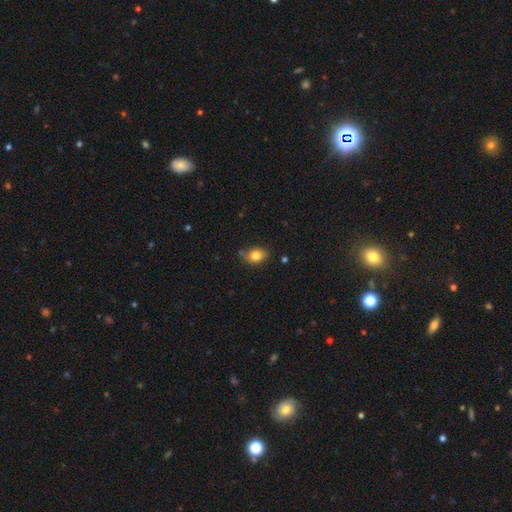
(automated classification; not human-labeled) smooth-or-featured: smooth: 80% | featured or disk: 10% | star or artifact: 10%
  how-rounded: in between: 61% | round: 38% | cigar-shaped: 1%
  merging: none: 66% | minor disturbance: 24% | major disturbance: 5% | merger: 5%